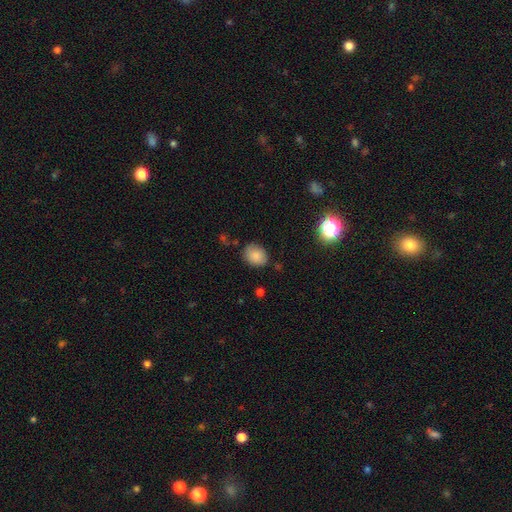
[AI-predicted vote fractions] This is clearly a smooth galaxy (84%). How rounded: possibly in between (52%). Merging: likely none (75%).